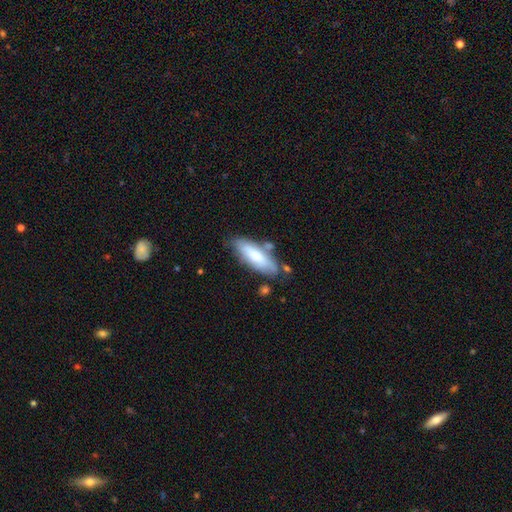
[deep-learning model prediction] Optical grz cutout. It shows a smooth galaxy with no disk features (72%) that is in between round and cigar-shaped (57%). Merging: none (66%).